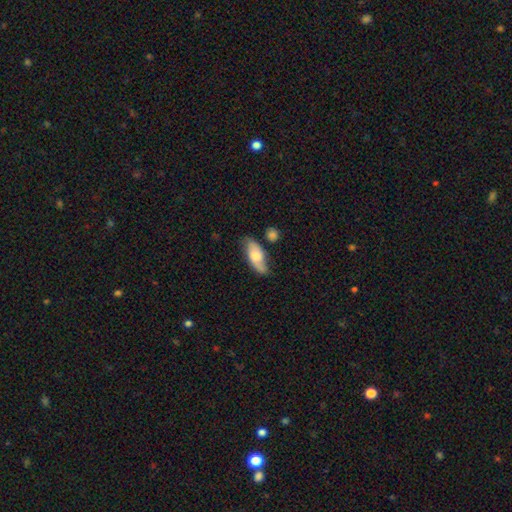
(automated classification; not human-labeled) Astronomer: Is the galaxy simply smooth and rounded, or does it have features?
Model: smooth — 56% (runner-up: featured or disk, 37%).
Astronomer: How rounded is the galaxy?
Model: in between — 81%.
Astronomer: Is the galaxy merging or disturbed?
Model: none — 66%.